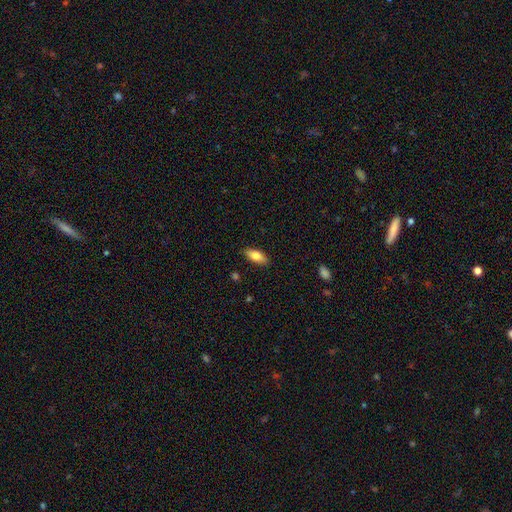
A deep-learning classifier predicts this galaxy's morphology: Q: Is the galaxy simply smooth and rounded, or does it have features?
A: smooth — 80%.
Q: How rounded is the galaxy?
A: in between — 81%.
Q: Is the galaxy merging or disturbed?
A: none — 87%.